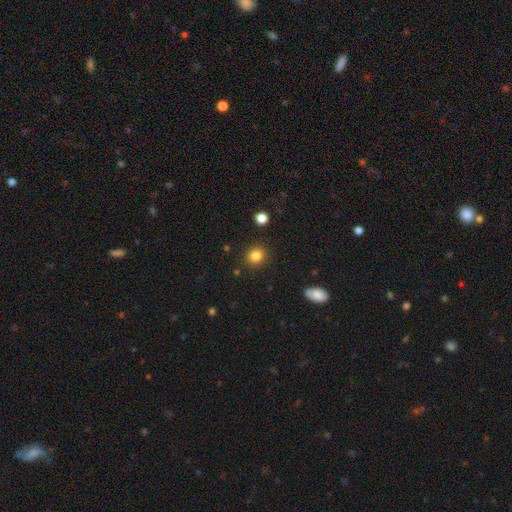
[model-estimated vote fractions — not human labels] Smooth or featured? smooth (84%)
How rounded? round (77%)
Merging? none (88%)